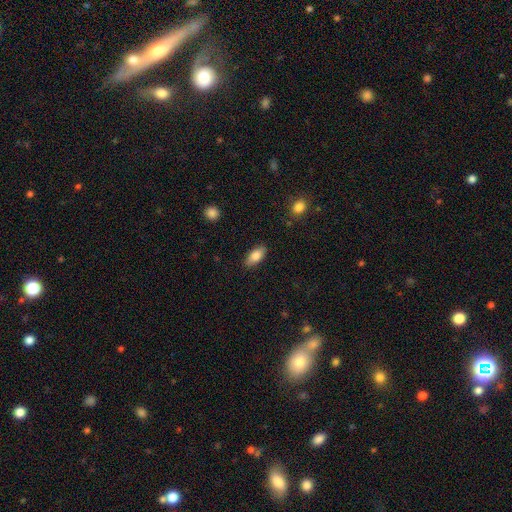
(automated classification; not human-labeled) Overall: smooth (82%). How rounded: in between (87%). Merging: none (86%).